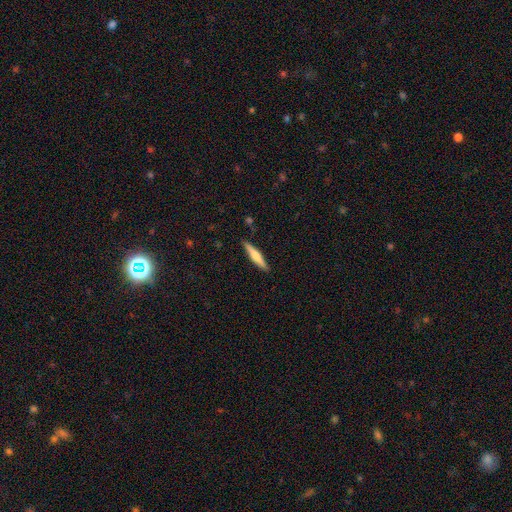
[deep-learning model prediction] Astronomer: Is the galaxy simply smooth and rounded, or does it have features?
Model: smooth — 51% (runner-up: featured or disk, 43%).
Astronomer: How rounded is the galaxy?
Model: cigar-shaped — 89%.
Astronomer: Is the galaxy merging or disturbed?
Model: none — 89%.